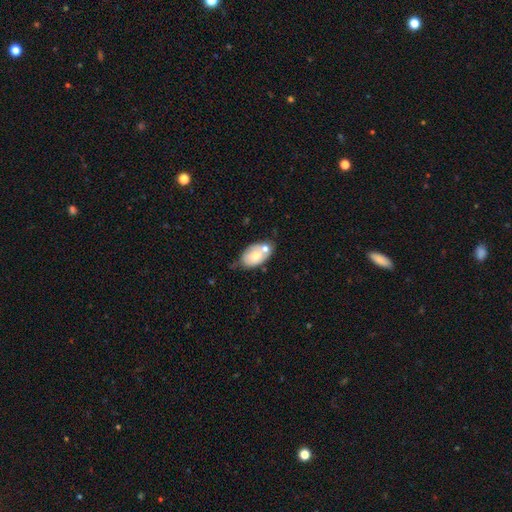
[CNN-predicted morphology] This is likely a smooth galaxy (66%). How rounded: clearly in between (92%). Merging: marginally none (43%).